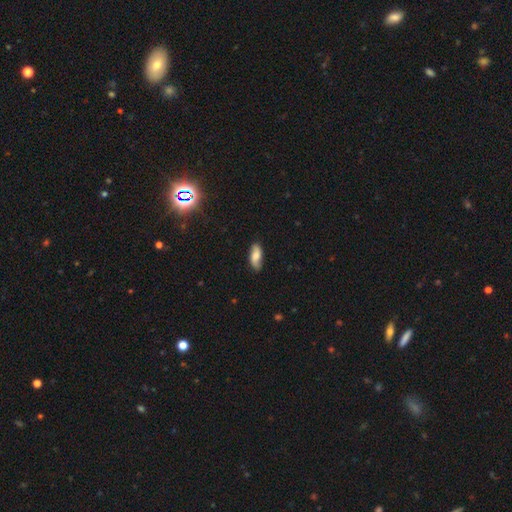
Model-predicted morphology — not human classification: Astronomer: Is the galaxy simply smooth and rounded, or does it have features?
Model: smooth — 63%.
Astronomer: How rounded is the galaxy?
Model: in between — 80%.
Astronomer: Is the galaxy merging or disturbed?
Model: none — 79%.